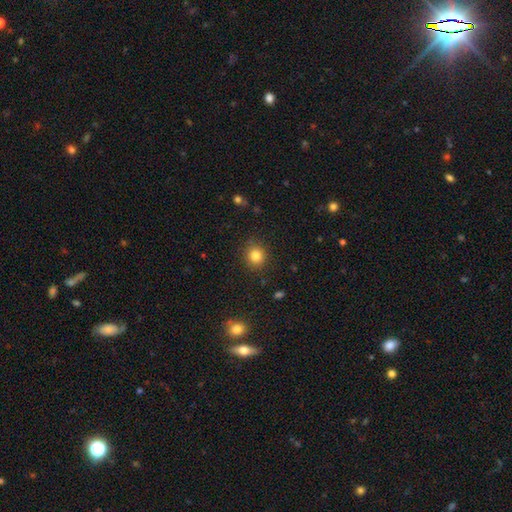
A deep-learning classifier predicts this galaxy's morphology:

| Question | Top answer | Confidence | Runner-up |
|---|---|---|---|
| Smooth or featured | smooth | 83% | star or artifact (12%) |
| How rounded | round | 87% | in between (12%) |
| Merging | none | 88% | minor disturbance (8%) |